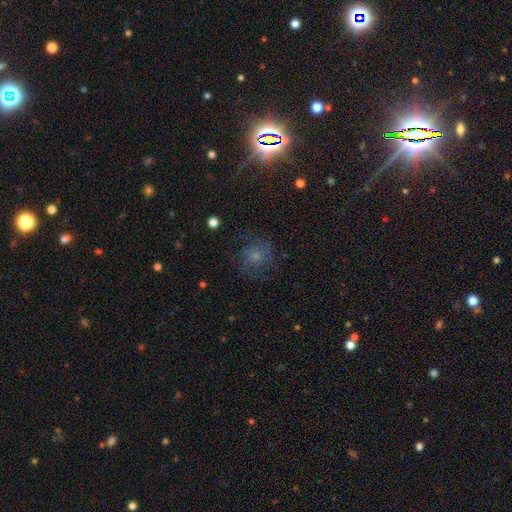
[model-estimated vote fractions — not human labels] smooth_or_featured: smooth (p=0.48) [alt: featured or disk p=0.32]
merging: none (p=0.66) [alt: minor disturbance p=0.17]